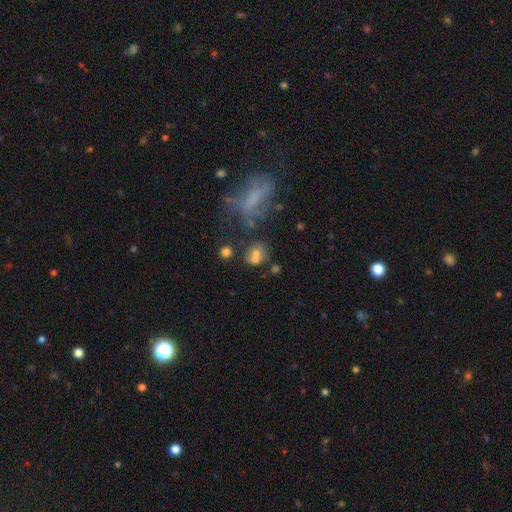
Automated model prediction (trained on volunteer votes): Smooth or featured: smooth — 64% (featured or disk — 19%)
How rounded: round — 60% (in between — 38%)
Merging: none — 49% (merger — 29%)